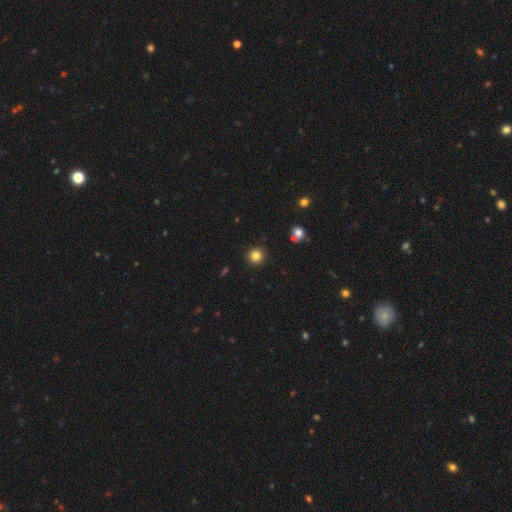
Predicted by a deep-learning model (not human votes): smooth-or-featured: smooth: 83% | star or artifact: 12% | featured or disk: 5%
  how-rounded: round: 95% | in between: 4% | cigar-shaped: 1%
  merging: none: 92% | minor disturbance: 5% | major disturbance: 2% | merger: 2%